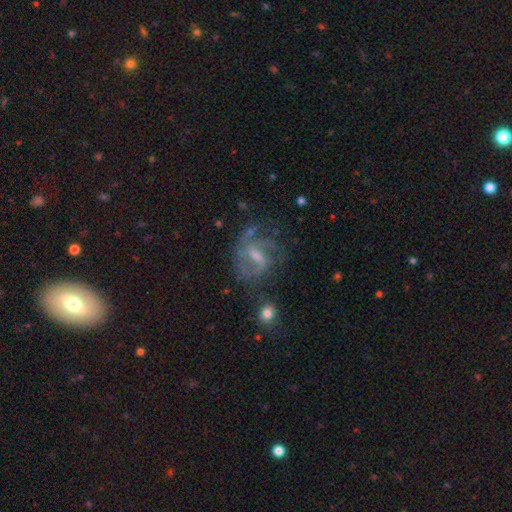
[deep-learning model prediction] Smooth or featured? Predicted: featured or disk (p=0.76). Edge-on disk? Predicted: no (p=0.96). Bar? Predicted: weak (p=0.53). Spiral arms? Predicted: yes (p=0.86). Spiral winding? Predicted: medium (p=0.49). Spiral arm count? Predicted: 2 (p=0.45). Bulge size? Predicted: moderate (p=0.39). Merging? Predicted: none (p=0.52).